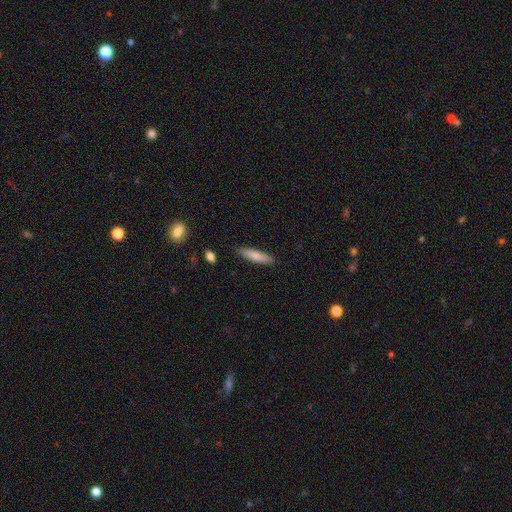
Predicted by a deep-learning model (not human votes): A smooth galaxy with no disk features (78%) that is cigar-shaped (77%).

Vote fractions:
- Smooth or featured? smooth: 78% / featured or disk: 16% / star or artifact: 6%
- How rounded? cigar-shaped: 77% / in between: 22% / round: 1%
- Merging? none: 86% / minor disturbance: 10% / major disturbance: 2% / merger: 2%